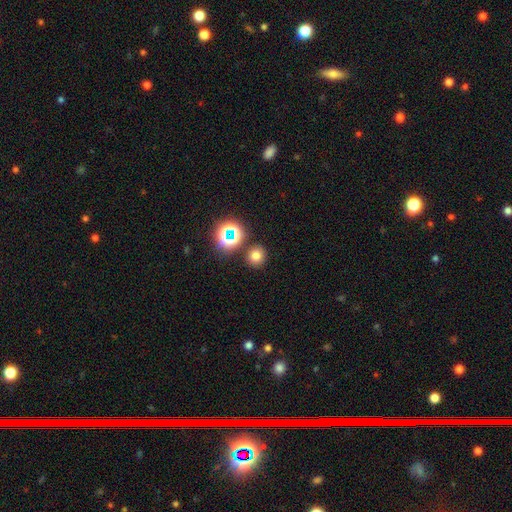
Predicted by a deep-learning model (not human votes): Smooth or featured?
  - smooth: 70% *
  - star or artifact: 22%
  - featured or disk: 8%
How rounded?
  - round: 85% *
  - in between: 14%
  - cigar-shaped: 1%
Merging?
  - none: 84% *
  - minor disturbance: 7%
  - merger: 6%
  - major disturbance: 3%